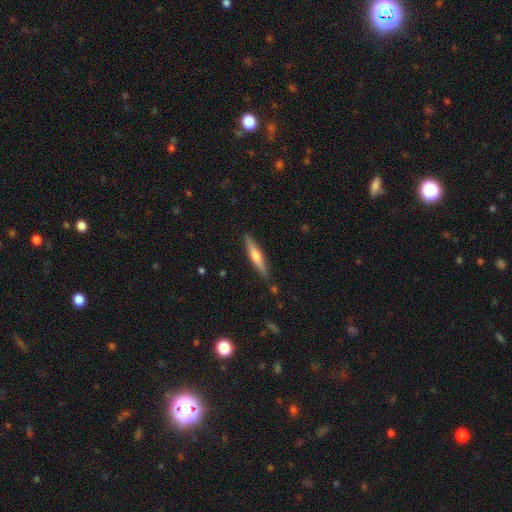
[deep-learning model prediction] This appears to be a smooth galaxy with no disk features (47%, tied with featured or disk). Merging: none (87%).